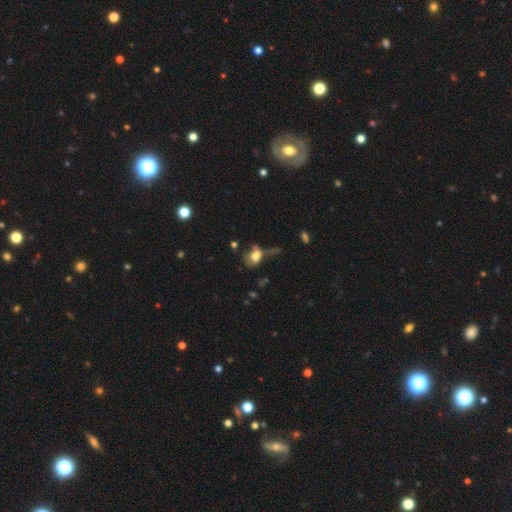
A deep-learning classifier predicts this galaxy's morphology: Overall: smooth (67%). How rounded: in between (60%; round 38%). Merging: none (30%; major disturbance 28%).